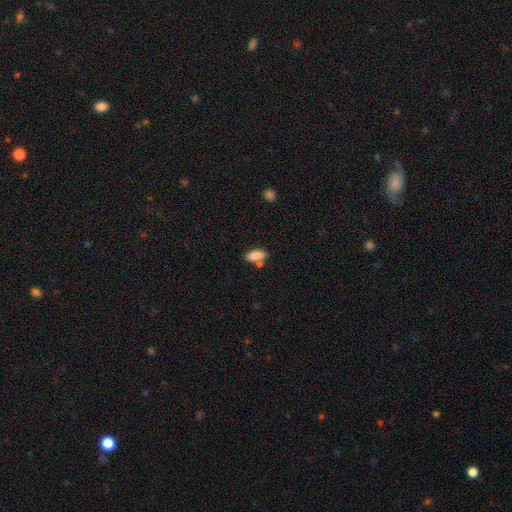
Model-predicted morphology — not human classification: A smooth galaxy with no disk features (84%) that is in between round and cigar-shaped (81%).

Vote fractions:
- Smooth or featured? smooth: 84% / featured or disk: 8% / star or artifact: 7%
- How rounded? in between: 81% / cigar-shaped: 16% / round: 3%
- Merging? none: 66% / merger: 17% / minor disturbance: 14% / major disturbance: 3%